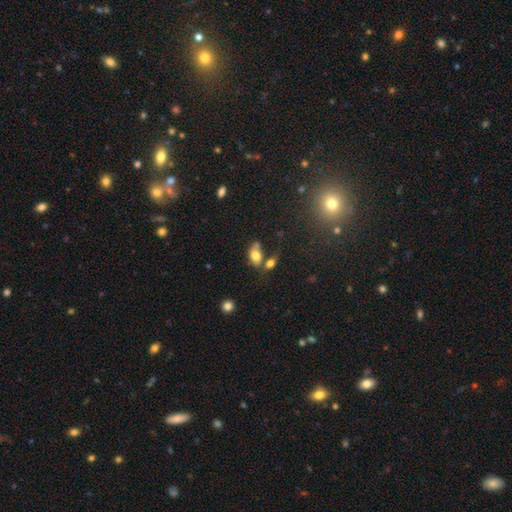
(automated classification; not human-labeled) Q: Smooth or featured?
A: smooth (73%); runner-up: featured or disk (17%)
Q: How rounded?
A: in between (86%); runner-up: round (12%)
Q: Merging?
A: none (40%); runner-up: merger (32%)